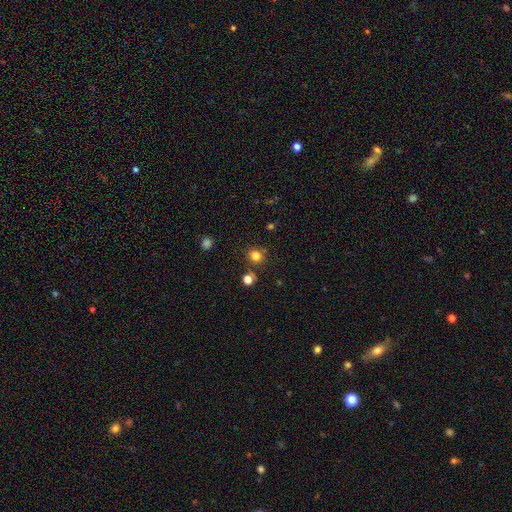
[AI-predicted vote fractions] Smooth or featured?
  - smooth: 79% *
  - star or artifact: 16%
  - featured or disk: 5%
How rounded?
  - round: 88% *
  - in between: 11%
  - cigar-shaped: 1%
Merging?
  - none: 83% *
  - minor disturbance: 8%
  - merger: 6%
  - major disturbance: 3%